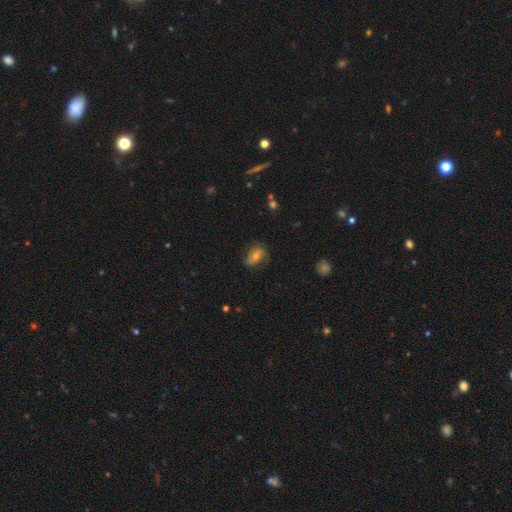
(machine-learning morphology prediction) Smooth or featured? featured or disk (55%)
Edge-on disk? no (95%)
Bar? no (58%)
Spiral arms? yes (81%)
Bulge size? moderate (58%)
Merging? none (64%)